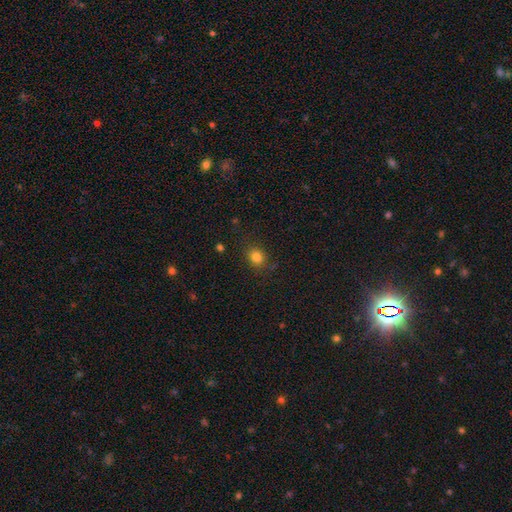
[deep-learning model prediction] Morphology: type=smooth (82%); roundness=round (66%); merging=none (84%).